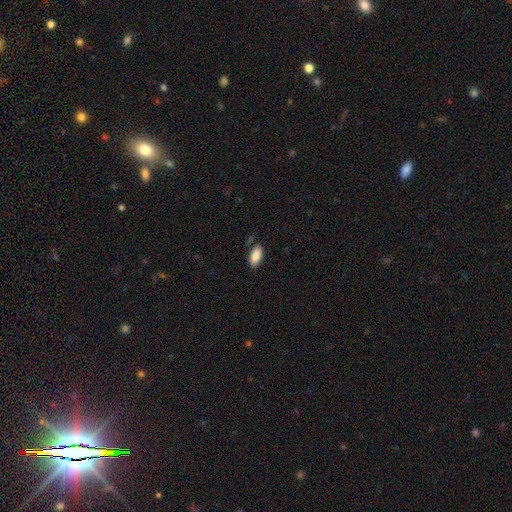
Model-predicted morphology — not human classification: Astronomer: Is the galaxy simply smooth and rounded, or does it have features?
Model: smooth — 88%.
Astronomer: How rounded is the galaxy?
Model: in between — 90%.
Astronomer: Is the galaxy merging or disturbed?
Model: none — 79%.